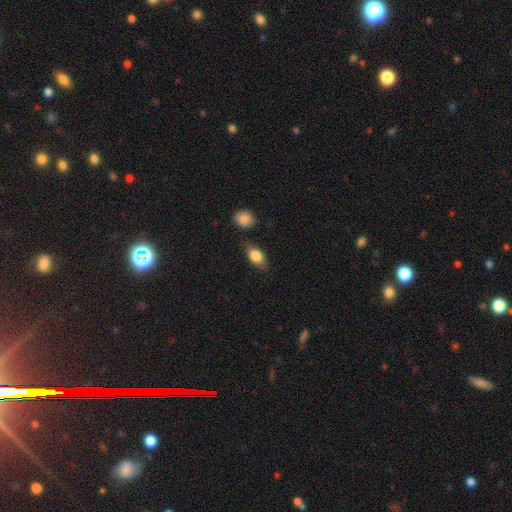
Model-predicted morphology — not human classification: This appears to be a smooth galaxy with no disk features (81%) that is in between round and cigar-shaped (85%). Merging: none (73%).